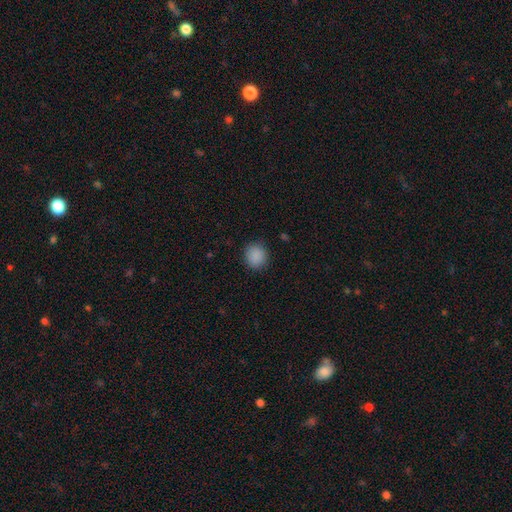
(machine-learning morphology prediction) Smooth or featured? smooth (88%)
How rounded? round (82%)
Merging? none (88%)